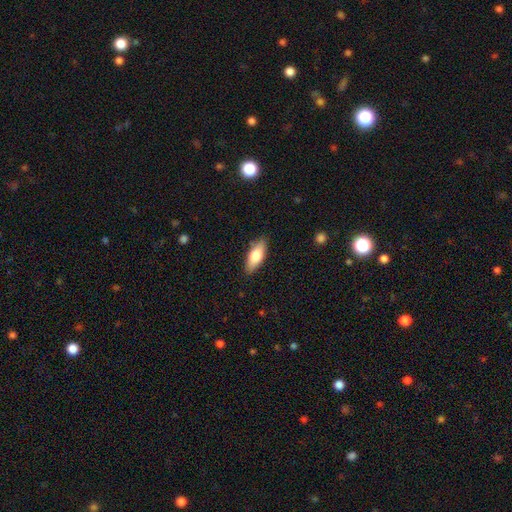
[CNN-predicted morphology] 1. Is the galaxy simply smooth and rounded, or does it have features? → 71% smooth, 23% featured or disk, 6% star or artifact.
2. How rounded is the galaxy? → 74% in between, 23% cigar-shaped, 3% round.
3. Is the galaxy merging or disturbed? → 86% none, 11% minor disturbance, 2% major disturbance, 1% merger.